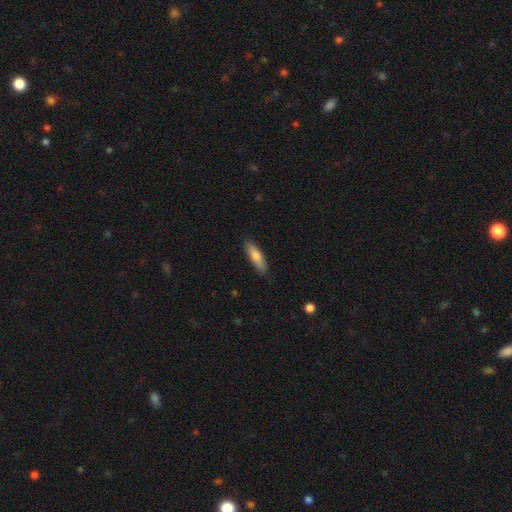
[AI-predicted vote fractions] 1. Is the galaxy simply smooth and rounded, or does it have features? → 76% smooth, 19% featured or disk, 5% star or artifact.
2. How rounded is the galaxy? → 67% cigar-shaped, 31% in between, 2% round.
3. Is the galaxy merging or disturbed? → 86% none, 11% minor disturbance, 2% major disturbance, 1% merger.